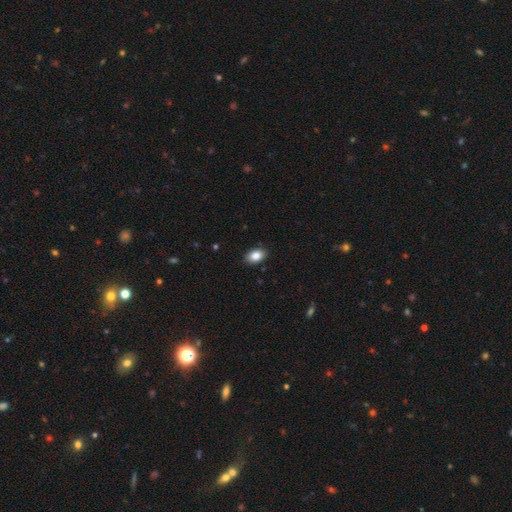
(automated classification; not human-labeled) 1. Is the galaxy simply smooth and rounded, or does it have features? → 87% smooth, 8% star or artifact, 5% featured or disk.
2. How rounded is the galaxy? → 88% in between, 10% round, 1% cigar-shaped.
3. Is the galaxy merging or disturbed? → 89% none, 8% minor disturbance, 2% major disturbance, 1% merger.